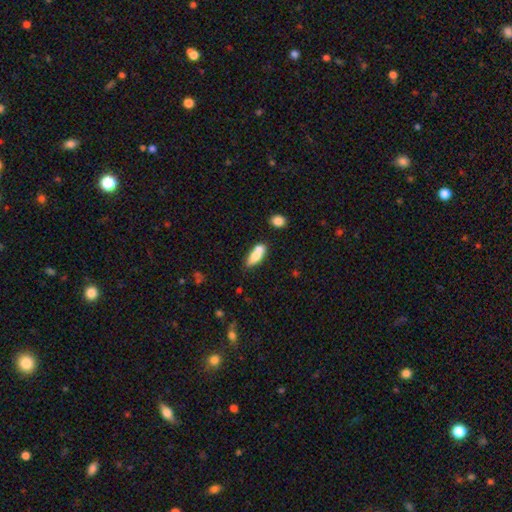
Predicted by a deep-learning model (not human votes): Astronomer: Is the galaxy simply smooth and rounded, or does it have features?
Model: smooth — 72%.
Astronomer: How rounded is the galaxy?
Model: in between — 69%.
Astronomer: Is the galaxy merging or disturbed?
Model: none — 43% (runner-up: merger, 38%).